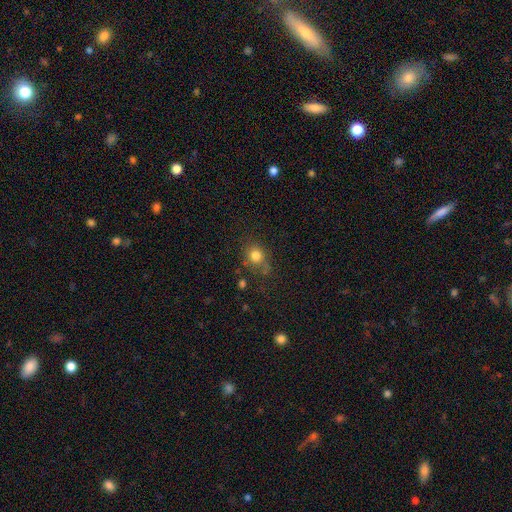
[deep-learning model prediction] This is likely a smooth galaxy (80%). How rounded: likely round (79%). Merging: likely none (69%).